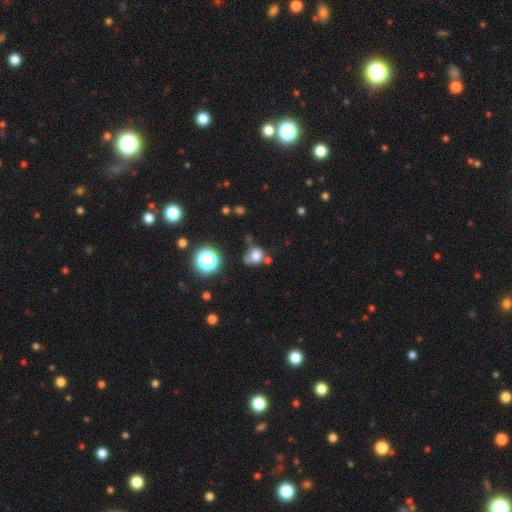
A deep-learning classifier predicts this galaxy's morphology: A smooth galaxy with no disk features (71%) that is round (74%).

Vote fractions:
- Smooth or featured? smooth: 71% / star or artifact: 17% / featured or disk: 12%
- How rounded? round: 74% / in between: 25% / cigar-shaped: 1%
- Merging? none: 47% / minor disturbance: 23% / merger: 17% / major disturbance: 13%